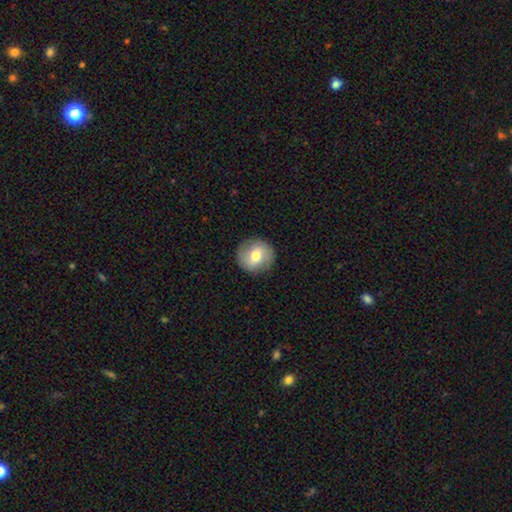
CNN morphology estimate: A smooth galaxy with no disk features (55%) that is round (90%).

Vote fractions:
- Smooth or featured? smooth: 55% / featured or disk: 37% / star or artifact: 8%
- How rounded? round: 90% / in between: 8% / cigar-shaped: 1%
- Merging? none: 88% / minor disturbance: 8% / major disturbance: 3% / merger: 1%